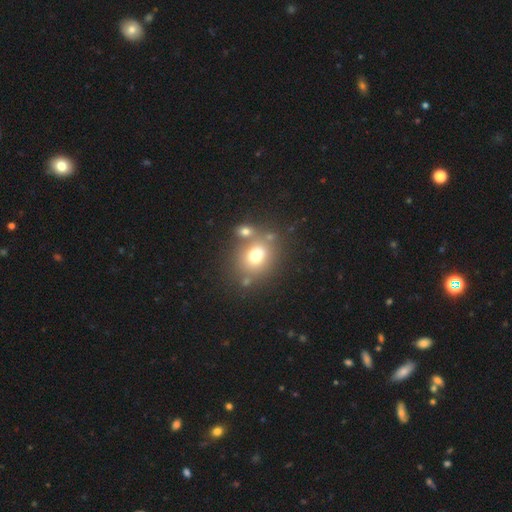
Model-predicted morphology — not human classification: A smooth galaxy with no disk features (70%) that is round (68%). Merging: none (59%).